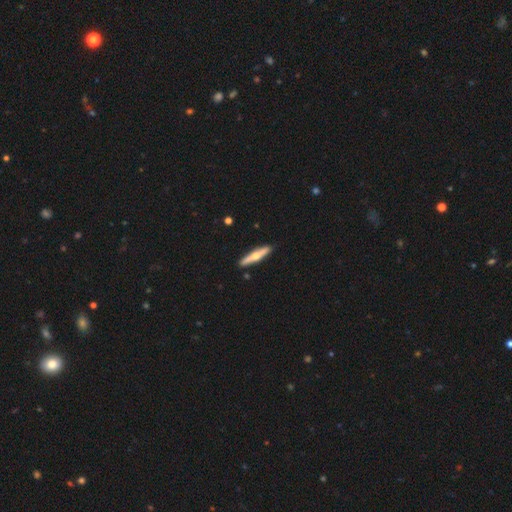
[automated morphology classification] Smooth or featured? featured or disk (57%)
Edge-on disk? yes (94%)
Edge-on bulge? rounded (93%)
Merging? none (90%)